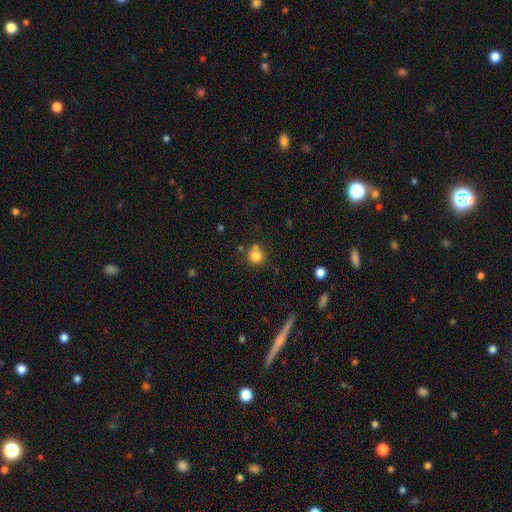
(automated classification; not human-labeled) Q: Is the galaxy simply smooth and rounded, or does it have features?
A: smooth — 81%.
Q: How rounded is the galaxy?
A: round — 90%.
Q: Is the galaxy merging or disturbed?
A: none — 65%.